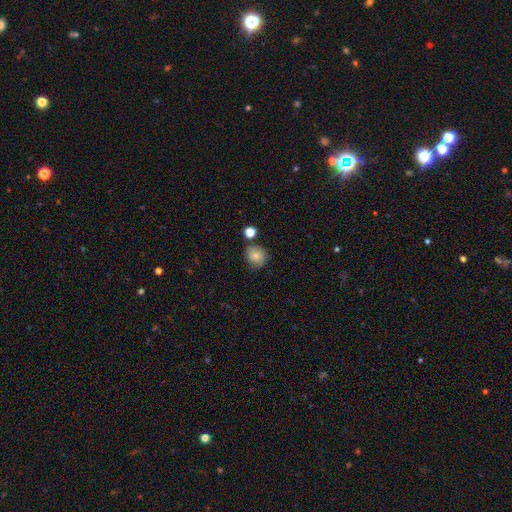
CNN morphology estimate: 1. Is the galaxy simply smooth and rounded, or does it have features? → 64% smooth, 25% featured or disk, 11% star or artifact.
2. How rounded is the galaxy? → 84% round, 15% in between, 1% cigar-shaped.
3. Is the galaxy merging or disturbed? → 71% none, 18% minor disturbance, 6% merger, 5% major disturbance.